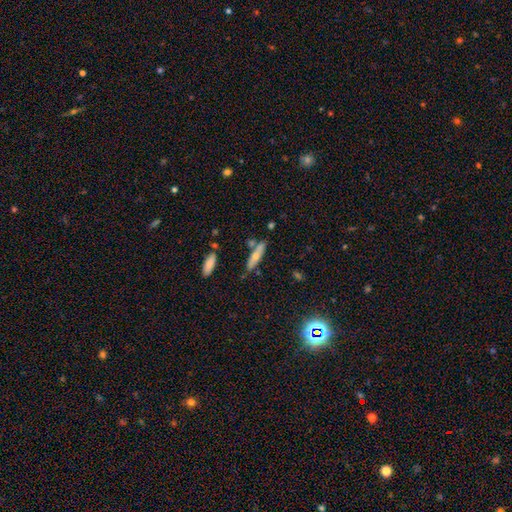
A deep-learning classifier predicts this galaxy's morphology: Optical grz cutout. It shows a smooth galaxy with no disk features (59%) that is cigar-shaped (74%). Merging: none (74%).